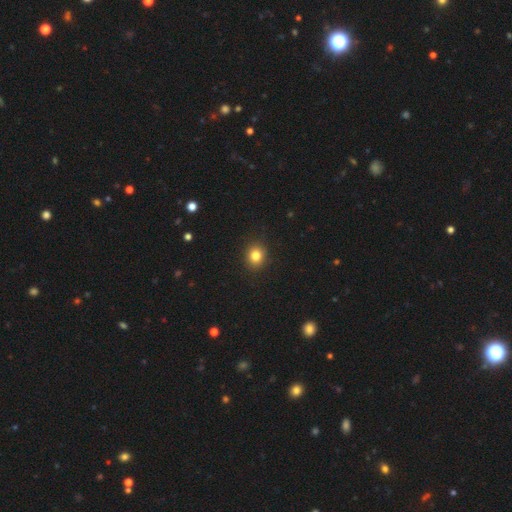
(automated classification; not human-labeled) Smooth or featured? smooth (82%)
How rounded? round (73%)
Merging? none (90%)